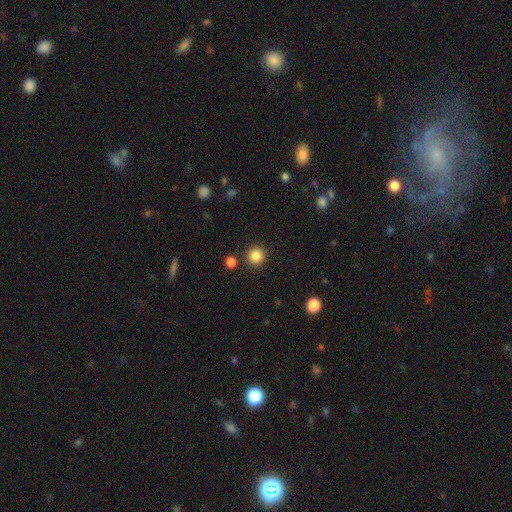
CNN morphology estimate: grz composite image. It shows a smooth galaxy with no disk features (85%) that is round (94%). Merging: none (89%).